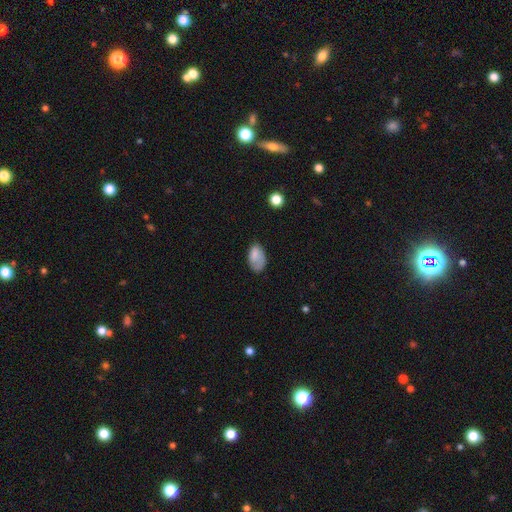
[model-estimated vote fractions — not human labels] A smooth galaxy with no disk features (80%) that is in between round and cigar-shaped (92%).

Vote fractions:
- Smooth or featured? smooth: 80% / featured or disk: 11% / star or artifact: 8%
- How rounded? in between: 92% / round: 7% / cigar-shaped: 2%
- Merging? none: 55% / minor disturbance: 31% / major disturbance: 12% / merger: 2%